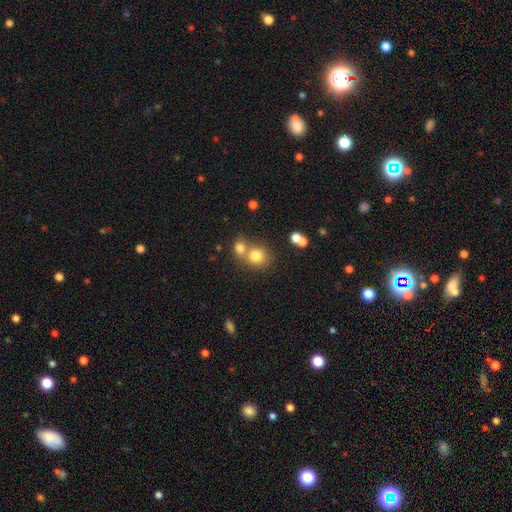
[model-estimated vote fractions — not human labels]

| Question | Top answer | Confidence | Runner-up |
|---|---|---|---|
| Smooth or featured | smooth | 78% | star or artifact (12%) |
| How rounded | round | 82% | in between (17%) |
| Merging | none | 49% | merger (40%) |